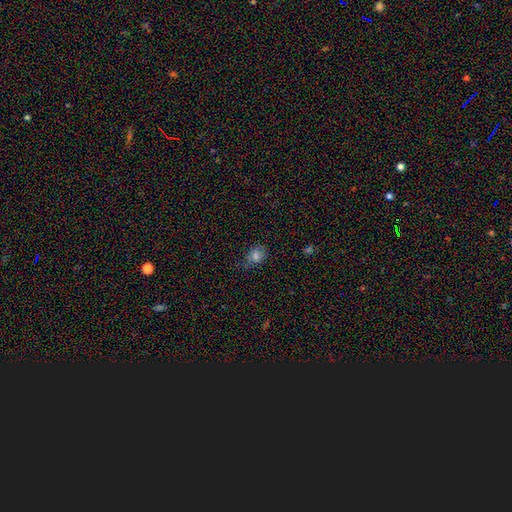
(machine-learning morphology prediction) Smooth or featured: smooth — 72% (star or artifact — 17%)
How rounded: in between — 61% (round — 38%)
Merging: none — 66% (minor disturbance — 25%)